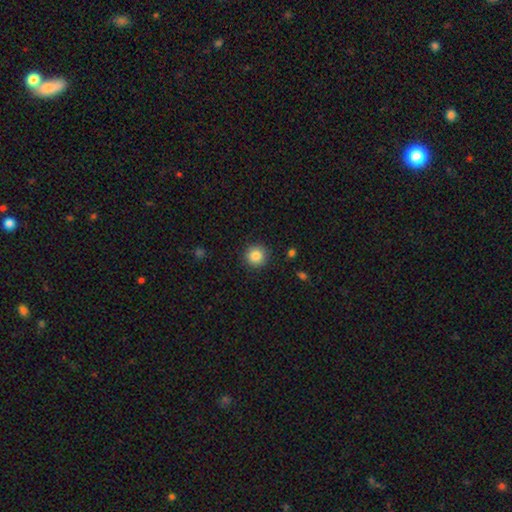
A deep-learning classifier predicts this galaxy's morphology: Q: Smooth or featured?
A: smooth (85%); runner-up: star or artifact (9%)
Q: How rounded?
A: round (95%); runner-up: in between (4%)
Q: Merging?
A: none (91%); runner-up: minor disturbance (6%)